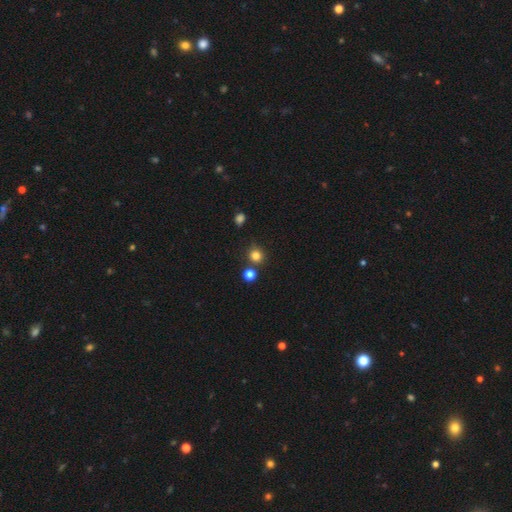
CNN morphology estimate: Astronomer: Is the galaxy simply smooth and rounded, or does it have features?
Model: smooth — 80%.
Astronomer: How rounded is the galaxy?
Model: round — 89%.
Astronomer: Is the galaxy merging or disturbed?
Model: none — 78%.